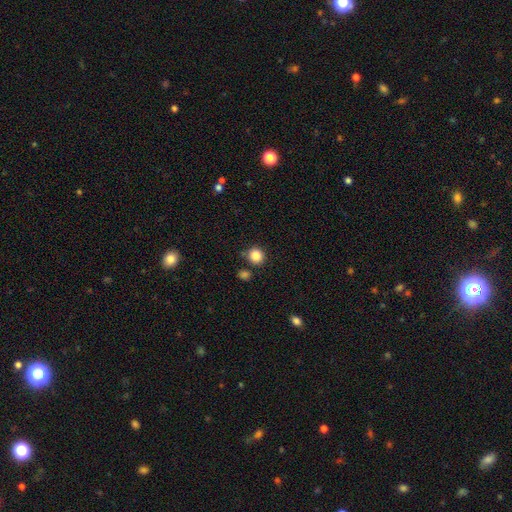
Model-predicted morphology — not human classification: Q: Smooth or featured?
A: smooth (86%); runner-up: star or artifact (10%)
Q: How rounded?
A: round (89%); runner-up: in between (10%)
Q: Merging?
A: none (81%); runner-up: minor disturbance (10%)